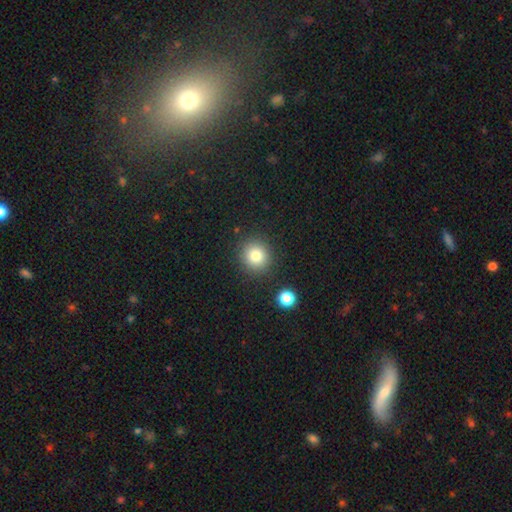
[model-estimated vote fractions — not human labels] Smooth or featured? Predicted: smooth (p=0.81). How rounded? Predicted: round (p=0.90). Merging? Predicted: none (p=0.87).